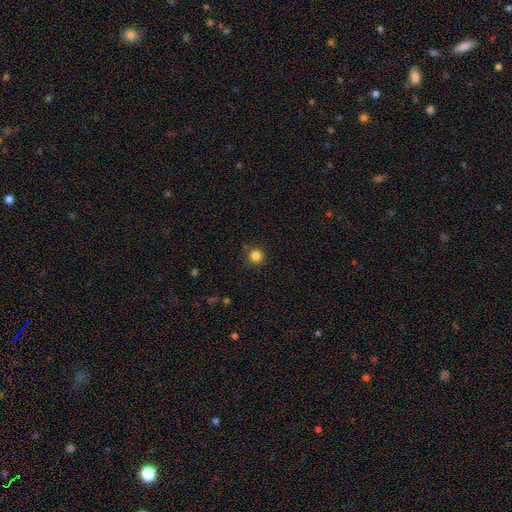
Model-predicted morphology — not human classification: Smooth or featured: smooth — 83% (star or artifact — 13%)
How rounded: round — 94% (in between — 5%)
Merging: none — 88% (minor disturbance — 7%)